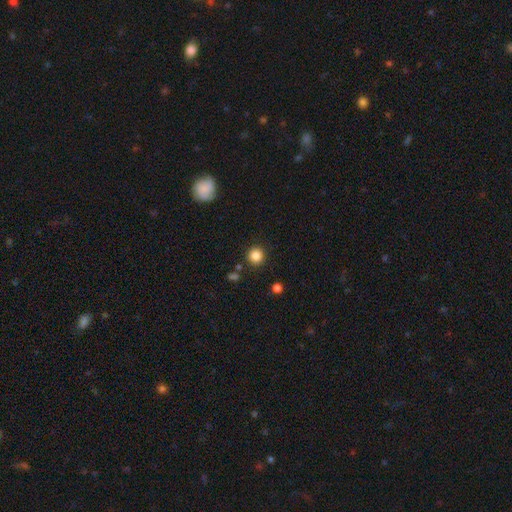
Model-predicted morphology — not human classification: smooth-or-featured: smooth: 85% | star or artifact: 11% | featured or disk: 4%
  how-rounded: round: 94% | in between: 6% | cigar-shaped: 1%
  merging: none: 89% | minor disturbance: 6% | merger: 3% | major disturbance: 3%